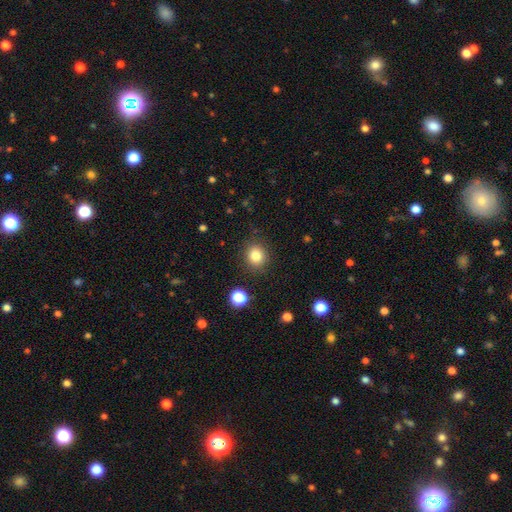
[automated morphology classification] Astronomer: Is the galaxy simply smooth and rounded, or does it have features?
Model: smooth — 82%.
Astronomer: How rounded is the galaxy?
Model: round — 84%.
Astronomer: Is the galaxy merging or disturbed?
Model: none — 88%.